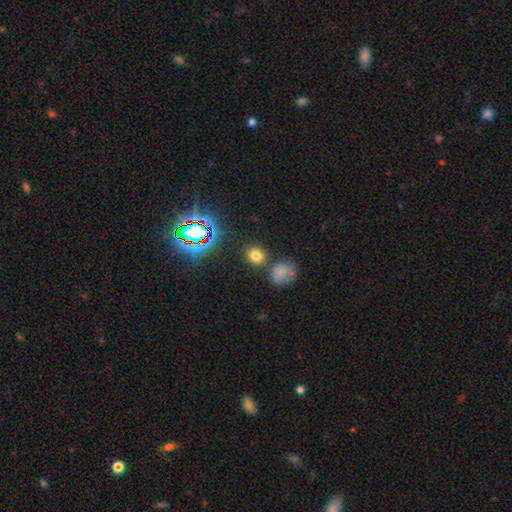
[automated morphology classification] smooth 74%, star or artifact 20%, featured or disk 6%. Down the decision tree: how rounded — round (83%); merging — none (80%).